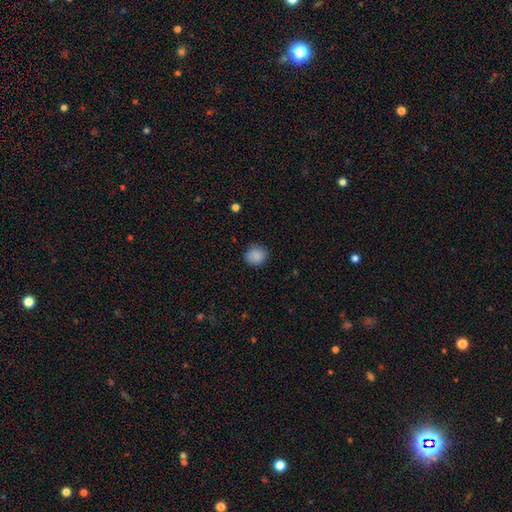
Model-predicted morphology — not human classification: The model was most divided on "how rounded": round: 85%, in between: 14%, cigar-shaped: 1%. More confident: smooth or featured — smooth (88%); merging — none (86%).